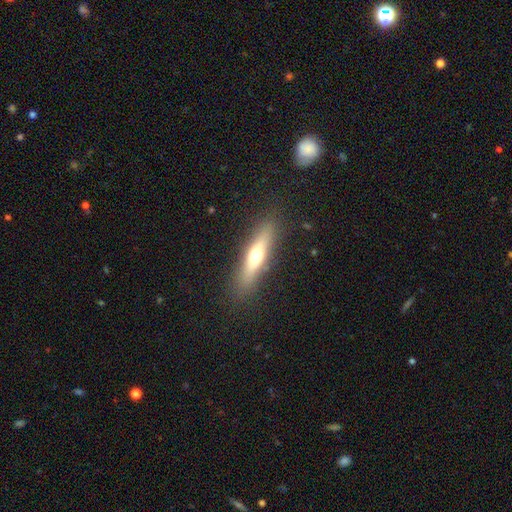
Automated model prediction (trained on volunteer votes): smooth_or_featured: smooth (p=0.50) [alt: featured or disk p=0.43]
merging: none (p=0.87) [alt: minor disturbance p=0.09]